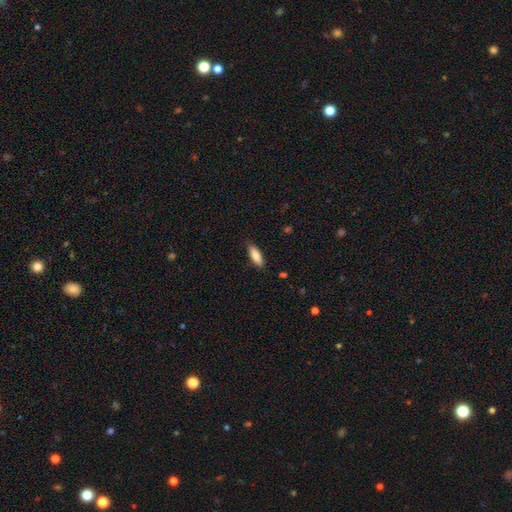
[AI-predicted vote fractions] A smooth galaxy with no disk features (84%) that is in between round and cigar-shaped (65%). Merging: none (85%).